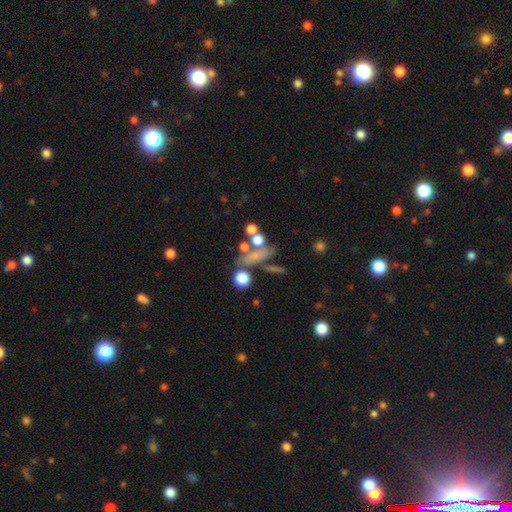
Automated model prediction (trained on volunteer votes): Morphology: type=smooth (51%); roundness=cigar-shaped (38%); merging=none (47%).